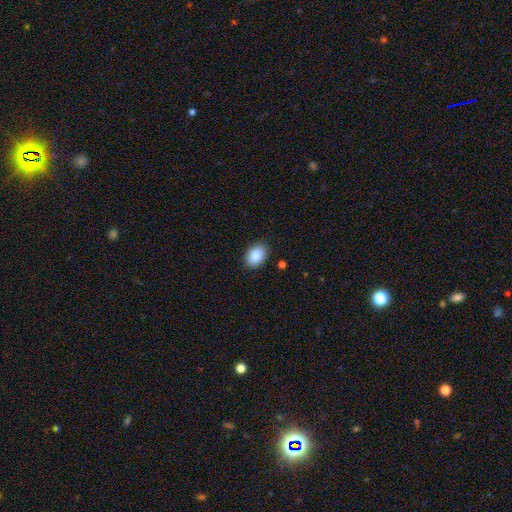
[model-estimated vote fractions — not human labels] Smooth or featured?
  - smooth: 88% *
  - star or artifact: 7%
  - featured or disk: 5%
How rounded?
  - in between: 82% *
  - round: 17%
  - cigar-shaped: 1%
Merging?
  - none: 87% *
  - minor disturbance: 9%
  - major disturbance: 2%
  - merger: 1%